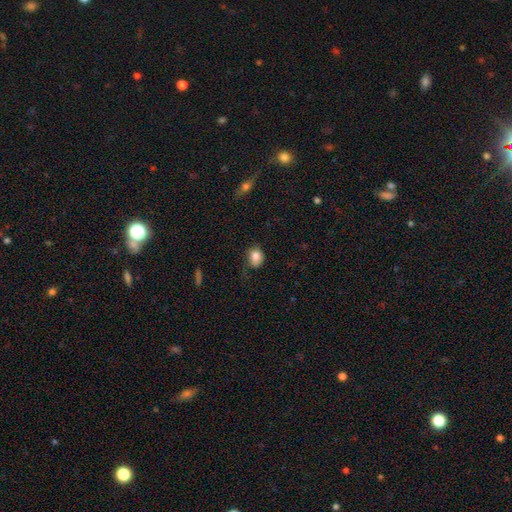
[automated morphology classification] The model was most divided on "how rounded": in between: 50%, round: 49%, cigar-shaped: 1%. More confident: smooth or featured — smooth (82%); merging — none (64%).